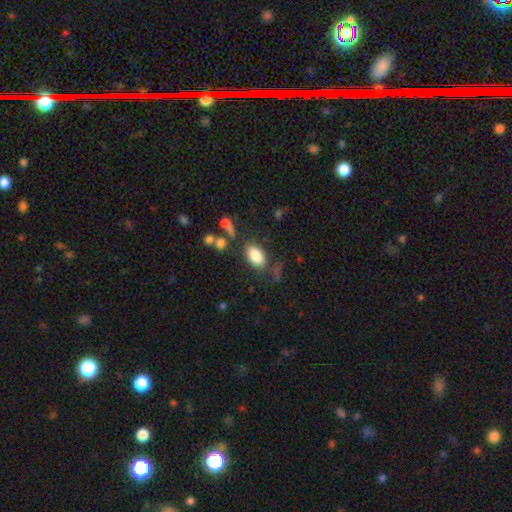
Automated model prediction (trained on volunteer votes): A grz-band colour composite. It shows a smooth galaxy with no disk features (84%) that is in between round and cigar-shaped (92%). Merging: none (68%).